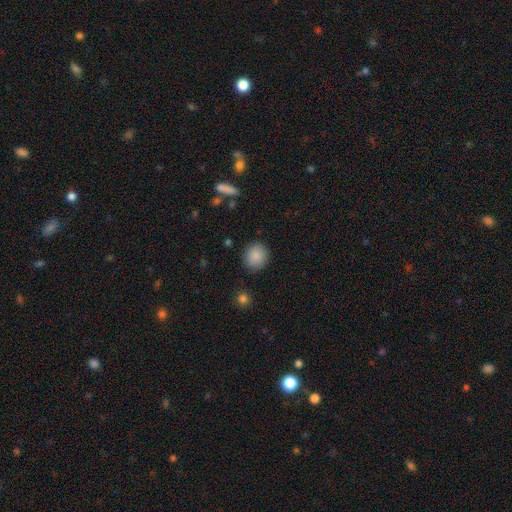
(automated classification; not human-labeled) Smooth or featured?
  - smooth: 88% *
  - star or artifact: 8%
  - featured or disk: 4%
How rounded?
  - round: 85% *
  - in between: 14%
  - cigar-shaped: 1%
Merging?
  - none: 89% *
  - minor disturbance: 7%
  - major disturbance: 3%
  - merger: 1%